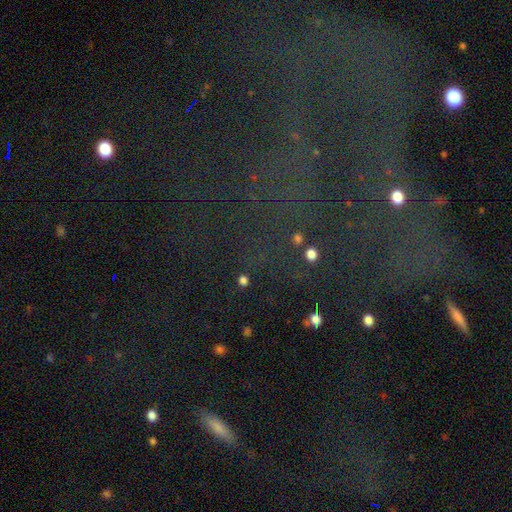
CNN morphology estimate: smooth_or_featured: star or artifact (p=0.71) [alt: smooth p=0.16]